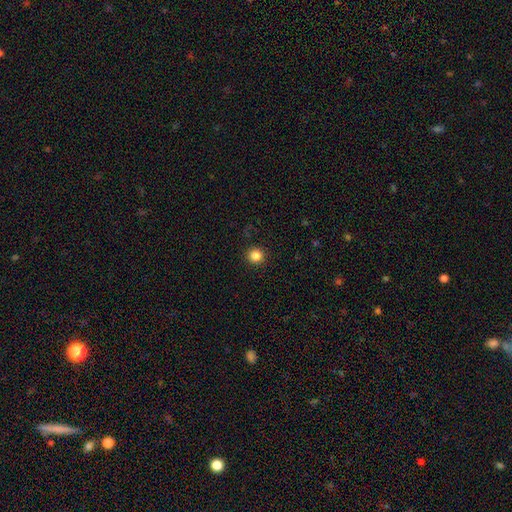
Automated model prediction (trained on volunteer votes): Q: Smooth or featured?
A: smooth (85%); runner-up: star or artifact (11%)
Q: How rounded?
A: round (94%); runner-up: in between (5%)
Q: Merging?
A: none (93%); runner-up: minor disturbance (5%)